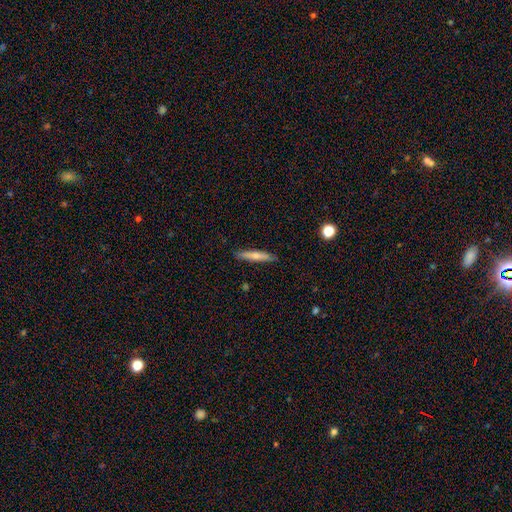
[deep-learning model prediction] Smooth or featured? smooth (59%)
How rounded? cigar-shaped (92%)
Merging? none (89%)